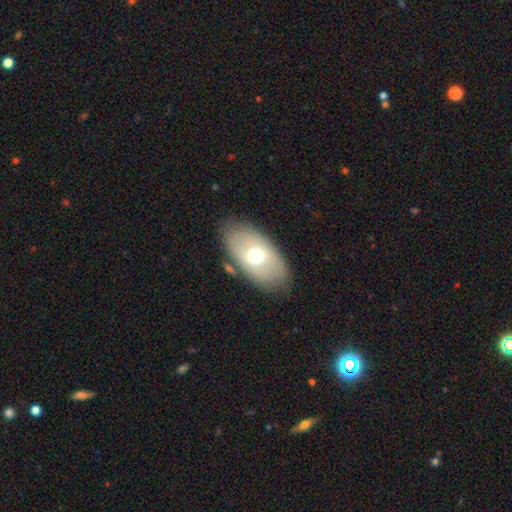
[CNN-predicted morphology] smooth 58%, featured or disk 34%, star or artifact 8%. Down the decision tree: how rounded — in between (92%); merging — none (79%).